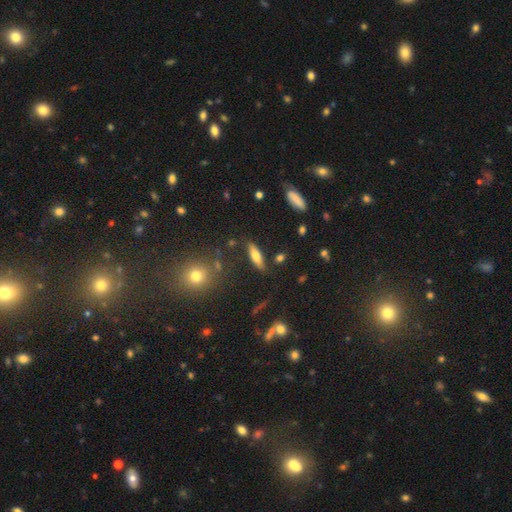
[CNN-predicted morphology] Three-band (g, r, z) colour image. It shows a smooth galaxy with no disk features (58%) that is cigar-shaped (52%). Merging: none (80%).